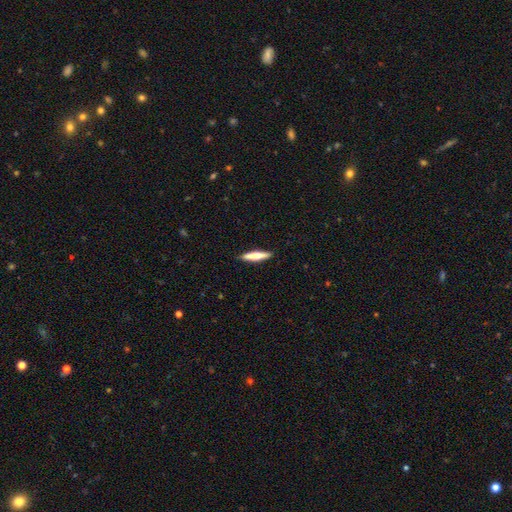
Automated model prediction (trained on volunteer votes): Smooth or featured?
  - smooth: 66% *
  - featured or disk: 29%
  - star or artifact: 5%
How rounded?
  - cigar-shaped: 86% *
  - in between: 13%
  - round: 1%
Merging?
  - none: 89% *
  - minor disturbance: 8%
  - major disturbance: 2%
  - merger: 1%